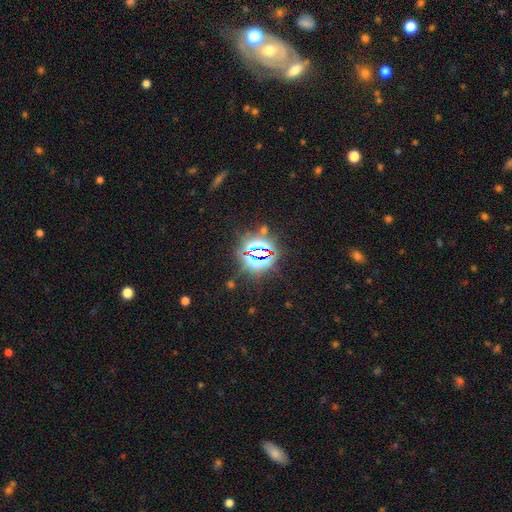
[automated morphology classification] Smooth or featured?
  - star or artifact: 80% *
  - smooth: 11%
  - featured or disk: 8%